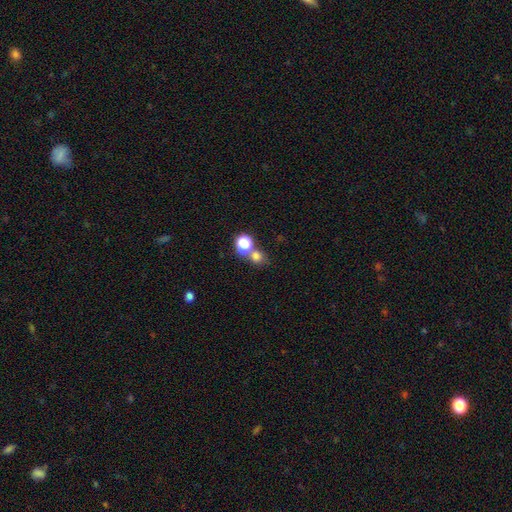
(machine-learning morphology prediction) A smooth galaxy with no disk features (72%) that is round (78%).

Vote fractions:
- Smooth or featured? smooth: 72% / star or artifact: 21% / featured or disk: 8%
- How rounded? round: 78% / in between: 21% / cigar-shaped: 1%
- Merging? none: 56% / merger: 32% / minor disturbance: 8% / major disturbance: 4%